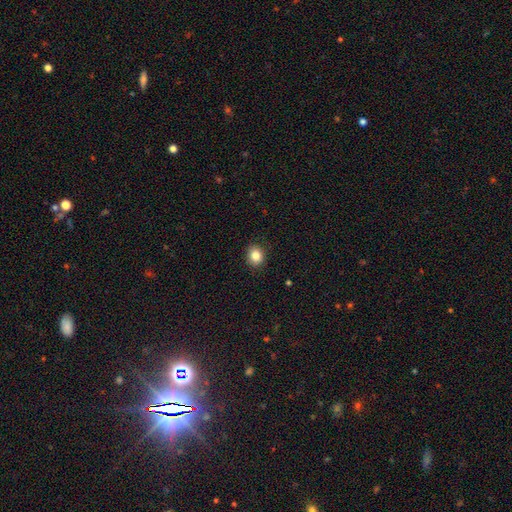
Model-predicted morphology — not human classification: The model was most divided on "how rounded": round: 65%, in between: 34%, cigar-shaped: 1%. More confident: merging — none (89%); smooth or featured — smooth (84%).